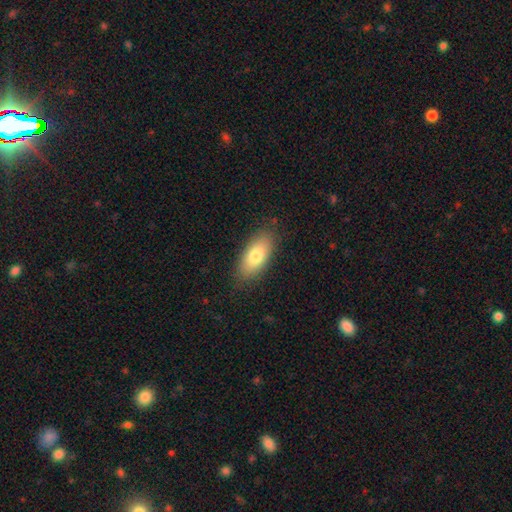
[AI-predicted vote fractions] A smooth galaxy with no disk features (79%) that is in between round and cigar-shaped (84%). Merging: none (86%).